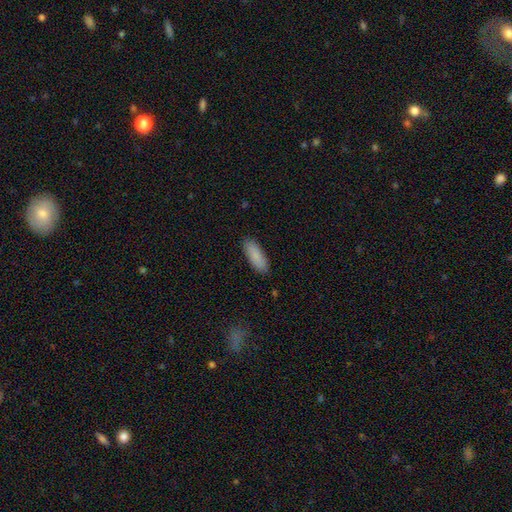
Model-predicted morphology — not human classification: type=smooth (88%); roundness=in between (69%); merging=none (88%).